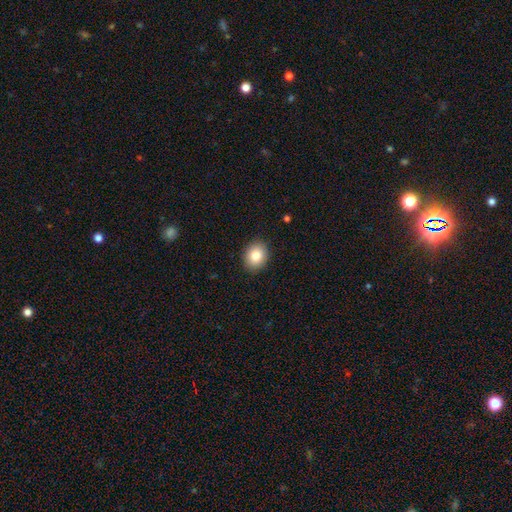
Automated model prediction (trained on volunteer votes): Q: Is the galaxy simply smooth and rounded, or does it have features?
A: smooth — 84%.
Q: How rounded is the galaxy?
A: round — 51%.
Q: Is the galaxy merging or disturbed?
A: none — 89%.